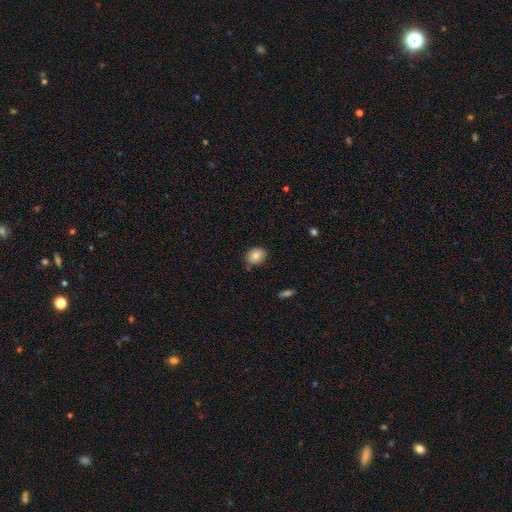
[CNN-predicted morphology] smooth 84%, star or artifact 8%, featured or disk 8%. Down the decision tree: how rounded — in between (56%); merging — none (80%).